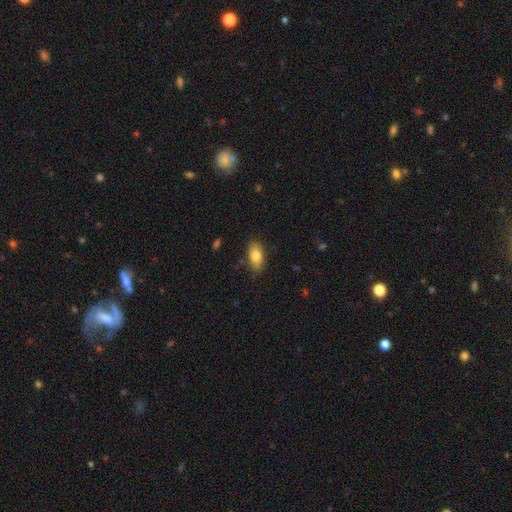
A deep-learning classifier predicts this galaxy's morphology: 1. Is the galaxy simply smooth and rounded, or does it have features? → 81% smooth, 12% featured or disk, 7% star or artifact.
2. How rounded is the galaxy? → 90% in between, 5% round, 4% cigar-shaped.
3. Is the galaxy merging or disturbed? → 84% none, 12% minor disturbance, 3% major disturbance, 1% merger.